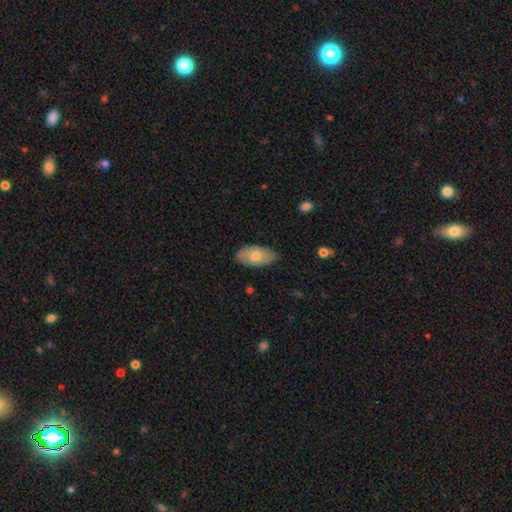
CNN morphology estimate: smooth 70%, featured or disk 24%, star or artifact 6%. Down the decision tree: how rounded — in between (93%); merging — none (85%).